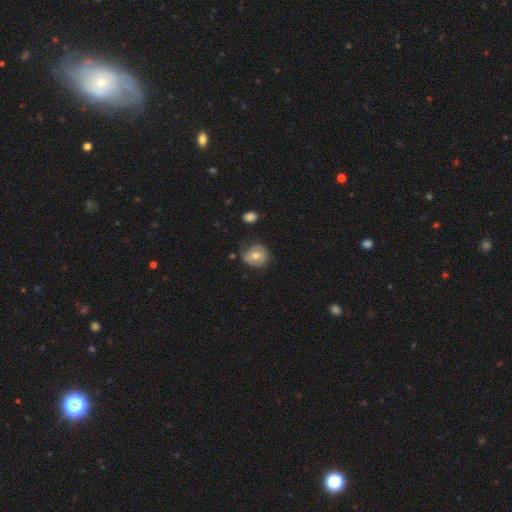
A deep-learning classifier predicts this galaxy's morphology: smooth 51%, featured or disk 42%, star or artifact 8%. Down the decision tree: how rounded — round (74%); merging — none (62%).